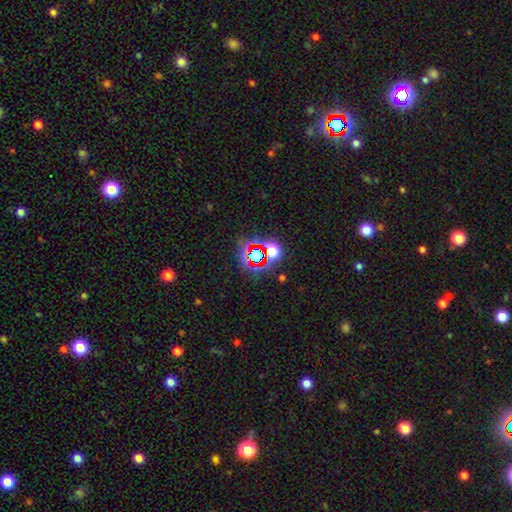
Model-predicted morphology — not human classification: A star or artifact, not a galaxy (66%).